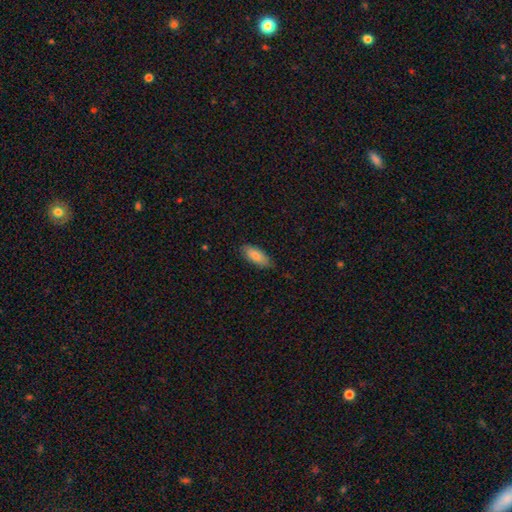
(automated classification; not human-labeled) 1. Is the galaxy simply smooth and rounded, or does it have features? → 85% smooth, 9% featured or disk, 6% star or artifact.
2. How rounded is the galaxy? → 82% in between, 17% cigar-shaped, 2% round.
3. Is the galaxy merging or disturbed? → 82% none, 14% minor disturbance, 2% major disturbance, 1% merger.